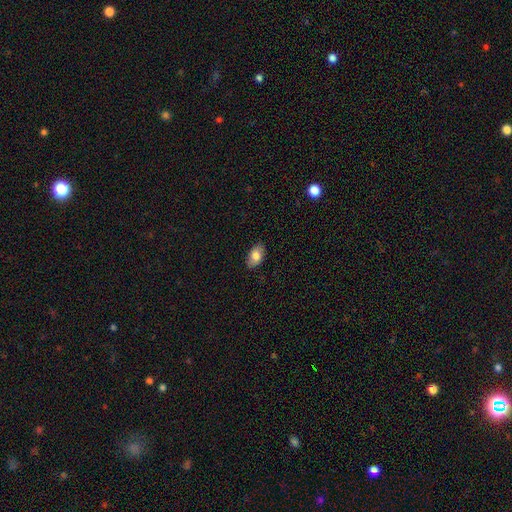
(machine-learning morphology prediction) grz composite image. It shows a smooth galaxy with no disk features (82%) that is in between round and cigar-shaped (92%). Merging: none (85%).